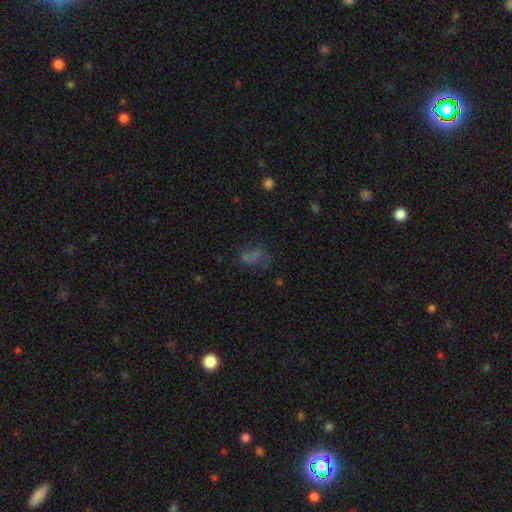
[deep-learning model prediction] Smooth or featured: smooth — 48% (star or artifact — 31%)
Merging: none — 48% (major disturbance — 24%)